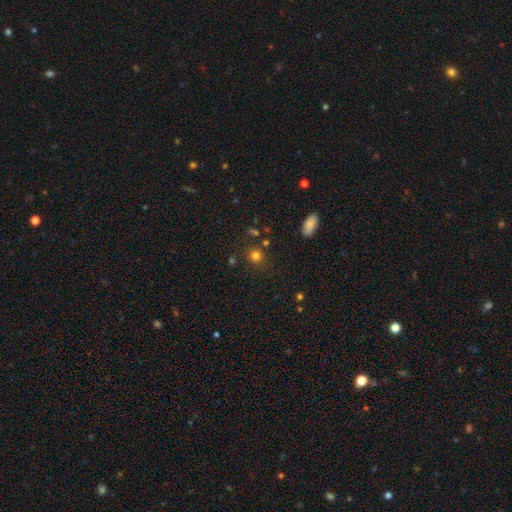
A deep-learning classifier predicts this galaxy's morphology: smooth_or_featured: smooth (p=0.78) [alt: star or artifact p=0.16]
how_rounded: round (p=0.85) [alt: in between p=0.14]
merging: none (p=0.82) [alt: minor disturbance p=0.10]